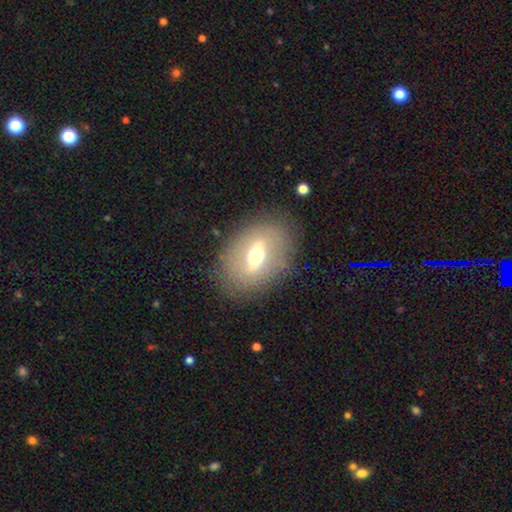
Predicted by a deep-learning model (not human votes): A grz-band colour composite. It shows a featured or disk galaxy (57%). Merging: none (81%).